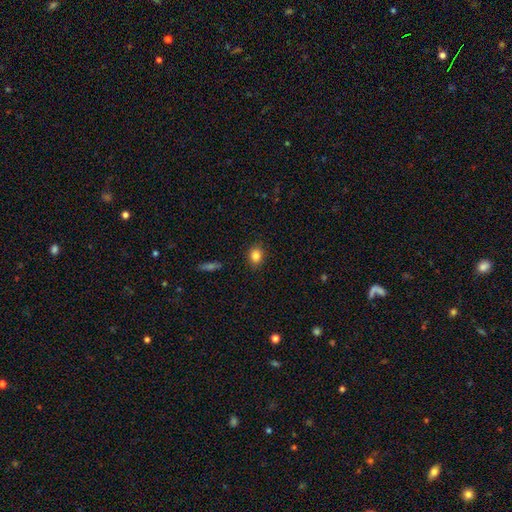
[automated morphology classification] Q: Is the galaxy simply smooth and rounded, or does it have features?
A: smooth — 84%.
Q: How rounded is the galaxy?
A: round — 53%.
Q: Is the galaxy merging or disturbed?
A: none — 88%.